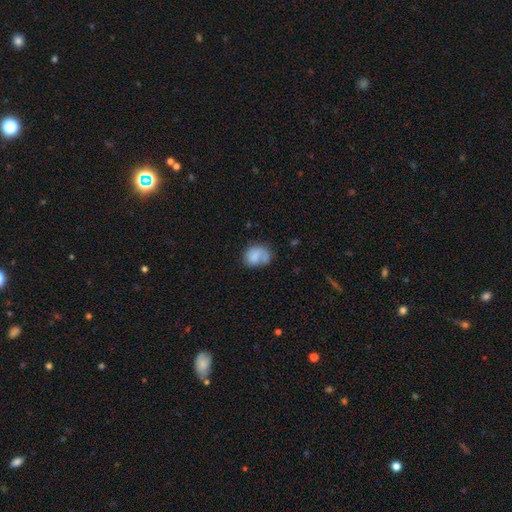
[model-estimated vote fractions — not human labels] Smooth or featured: smooth — 67% (featured or disk — 26%)
How rounded: in between — 51% (round — 48%)
Merging: none — 48% (minor disturbance — 25%)